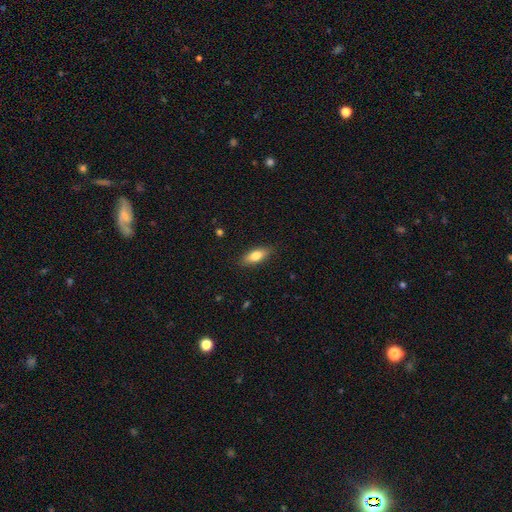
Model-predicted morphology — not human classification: Smooth or featured? smooth (78%)
How rounded? in between (73%)
Merging? none (86%)